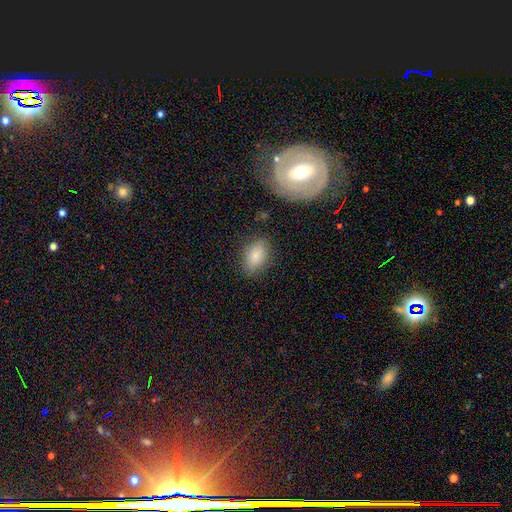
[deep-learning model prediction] Smooth or featured? smooth (84%)
How rounded? in between (88%)
Merging? none (80%)